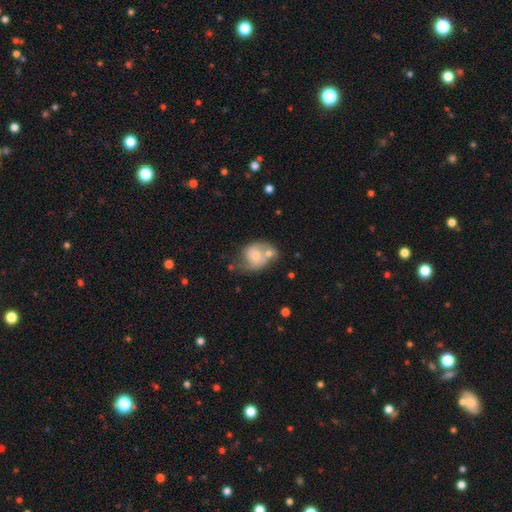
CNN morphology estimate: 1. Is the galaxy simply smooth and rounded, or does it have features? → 49% featured or disk, 44% smooth, 7% star or artifact.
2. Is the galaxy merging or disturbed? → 33% merger (tied), 33% none (tied), 22% minor disturbance, 13% major disturbance.